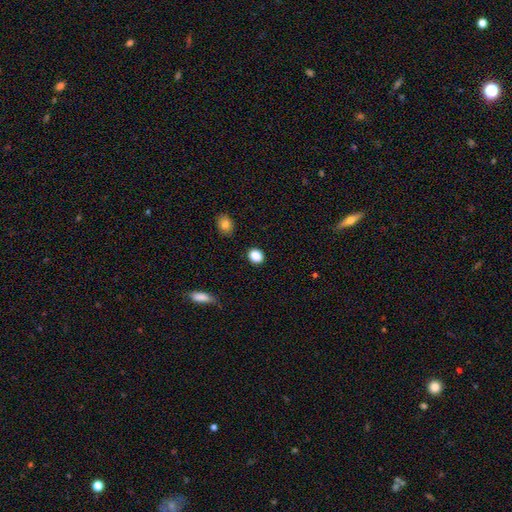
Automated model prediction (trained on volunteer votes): Smooth or featured? Predicted: smooth (p=0.87). How rounded? Predicted: round (p=0.62). Merging? Predicted: none (p=0.89).